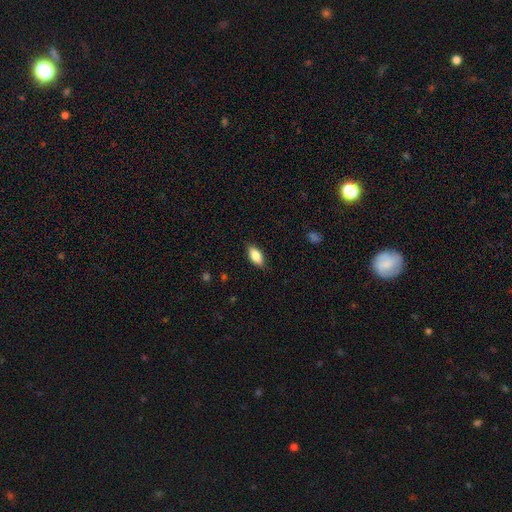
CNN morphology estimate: Smooth or featured? Predicted: smooth (p=0.79). How rounded? Predicted: in between (p=0.87). Merging? Predicted: none (p=0.86).